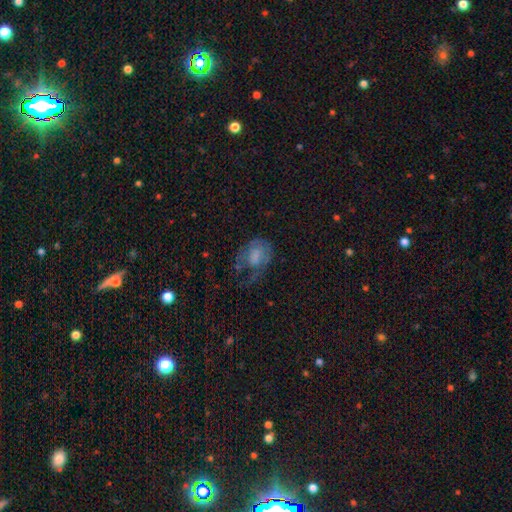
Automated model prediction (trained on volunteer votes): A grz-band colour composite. It shows a smooth galaxy with no disk features (50%) that is in between round and cigar-shaped (71%). Merging: major disturbance (45%).